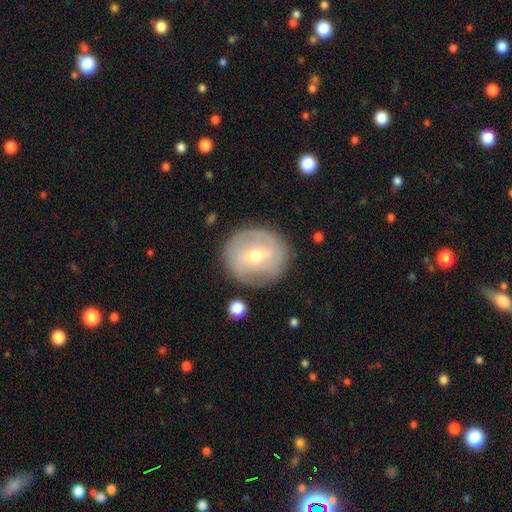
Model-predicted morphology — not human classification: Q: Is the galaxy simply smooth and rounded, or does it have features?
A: featured or disk — 66%.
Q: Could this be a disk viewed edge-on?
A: no — 96%.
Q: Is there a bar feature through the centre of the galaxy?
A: weak — 49%.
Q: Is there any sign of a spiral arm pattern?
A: yes — 70%.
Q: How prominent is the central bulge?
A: moderate — 51%.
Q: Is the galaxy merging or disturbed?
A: none — 82%.